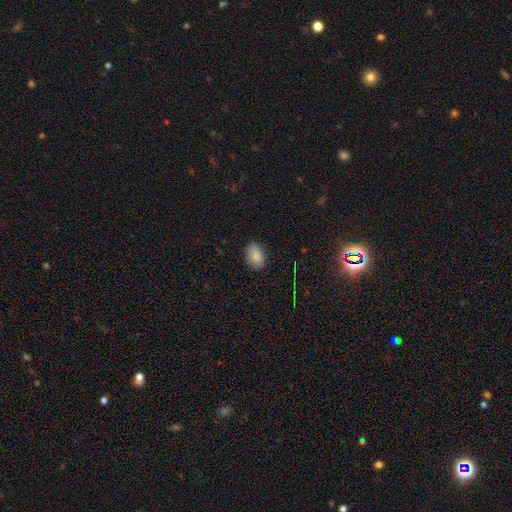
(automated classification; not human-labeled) Smooth or featured?
  - smooth: 84% *
  - star or artifact: 10%
  - featured or disk: 7%
How rounded?
  - in between: 82% *
  - round: 17%
  - cigar-shaped: 1%
Merging?
  - none: 77% *
  - minor disturbance: 19%
  - major disturbance: 3%
  - merger: 1%